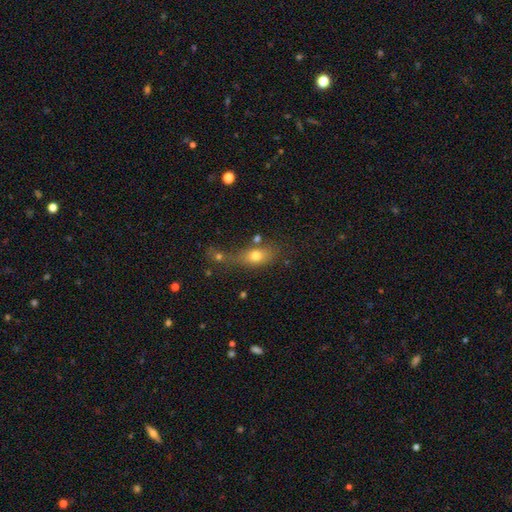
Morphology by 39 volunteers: Volunteers were most divided on "merging": none: 51%, merger: 23%, major disturbance: 18%, minor disturbance: 8%. More confident: how rounded — in between (87%); smooth or featured — smooth (77%).